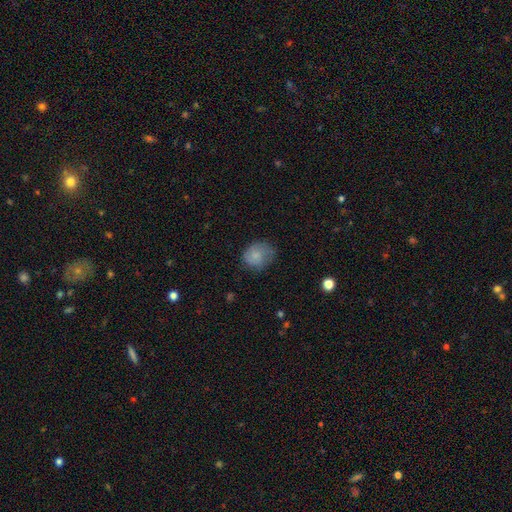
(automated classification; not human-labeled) smooth_or_featured: smooth (p=0.78) [alt: featured or disk p=0.14]
how_rounded: round (p=0.62) [alt: in between p=0.37]
merging: none (p=0.60) [alt: minor disturbance p=0.29]